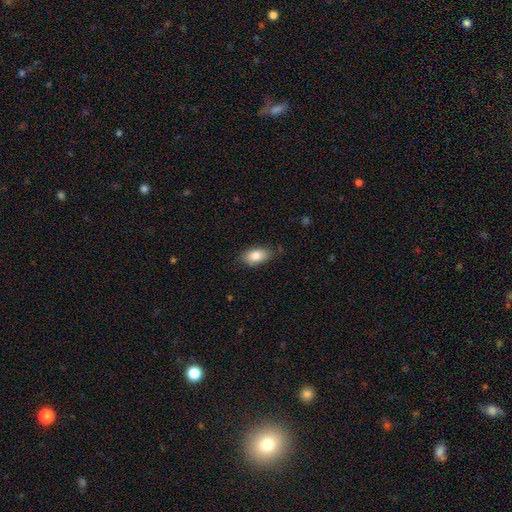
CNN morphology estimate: A smooth galaxy with no disk features (82%) that is in between round and cigar-shaped (91%).

Vote fractions:
- Smooth or featured? smooth: 82% / featured or disk: 10% / star or artifact: 7%
- How rounded? in between: 91% / round: 6% / cigar-shaped: 3%
- Merging? none: 77% / minor disturbance: 18% / major disturbance: 3% / merger: 2%